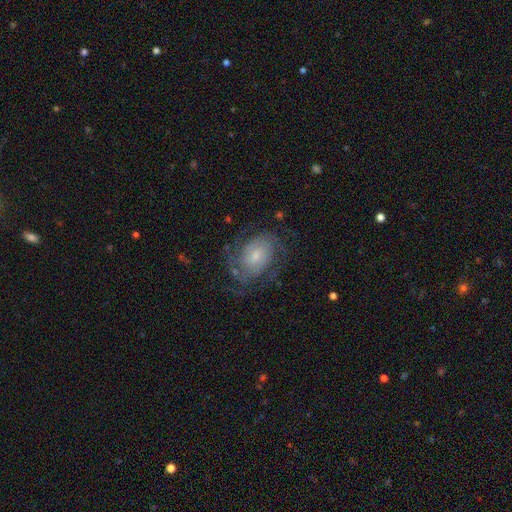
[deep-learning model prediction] Smooth or featured? featured or disk (78%)
Edge-on disk? no (97%)
Bar? no (64%)
Spiral arms? yes (93%)
Spiral winding? tight (52%)
Spiral arm count? 2 (40%)
Bulge size? small (54%)
Merging? none (69%)